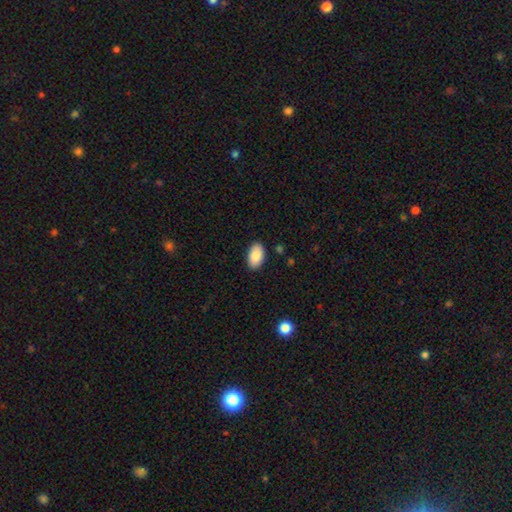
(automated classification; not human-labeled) Smooth or featured: smooth — 88% (star or artifact — 6%)
How rounded: in between — 94% (round — 5%)
Merging: none — 89% (minor disturbance — 8%)